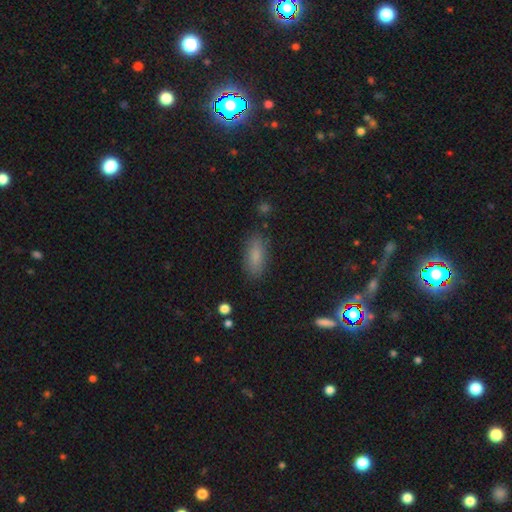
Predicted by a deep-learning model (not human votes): This appears to be a smooth galaxy with no disk features (81%) that is in between round and cigar-shaped (81%). Merging: none (84%).